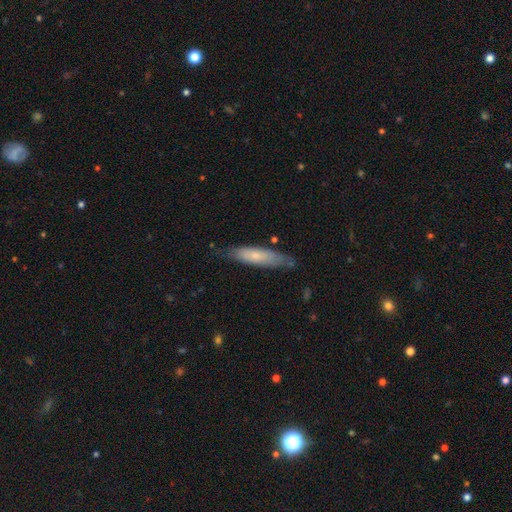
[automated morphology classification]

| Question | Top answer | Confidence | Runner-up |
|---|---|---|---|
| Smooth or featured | smooth | 66% | featured or disk (28%) |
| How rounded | cigar-shaped | 74% | in between (25%) |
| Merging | none | 73% | minor disturbance (21%) |